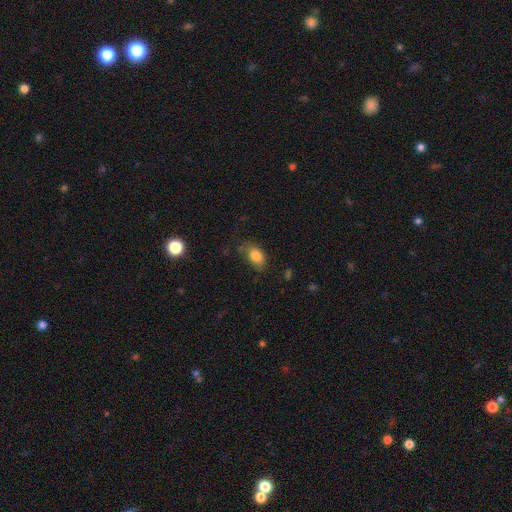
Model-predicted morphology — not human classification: Q: Smooth or featured?
A: smooth (82%); runner-up: featured or disk (10%)
Q: How rounded?
A: in between (87%); runner-up: round (12%)
Q: Merging?
A: none (58%); runner-up: minor disturbance (29%)